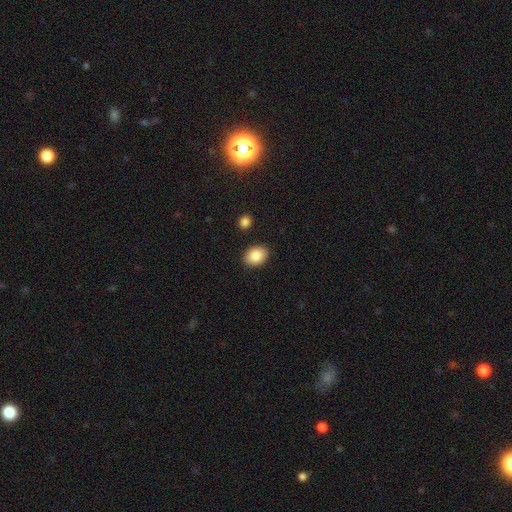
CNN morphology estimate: A smooth galaxy with no disk features (87%) that is in between round and cigar-shaped (75%).

Vote fractions:
- Smooth or featured? smooth: 87% / star or artifact: 7% / featured or disk: 6%
- How rounded? in between: 75% / round: 24% / cigar-shaped: 1%
- Merging? none: 88% / minor disturbance: 8% / merger: 2% / major disturbance: 2%